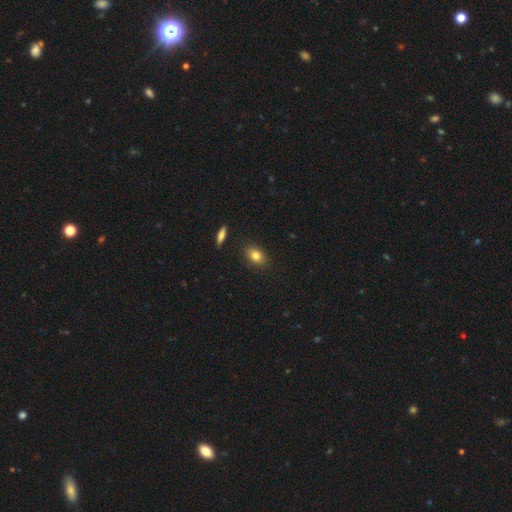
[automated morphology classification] The model was most divided on "how rounded": in between: 75%, round: 21%, cigar-shaped: 3%. More confident: merging — none (86%); smooth or featured — smooth (81%).